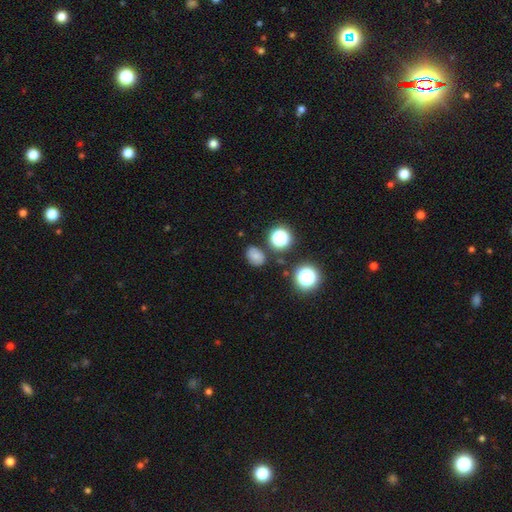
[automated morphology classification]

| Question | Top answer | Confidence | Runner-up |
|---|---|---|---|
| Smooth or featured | smooth | 68% | star or artifact (20%) |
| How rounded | in between | 57% | round (42%) |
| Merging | none | 76% | minor disturbance (15%) |